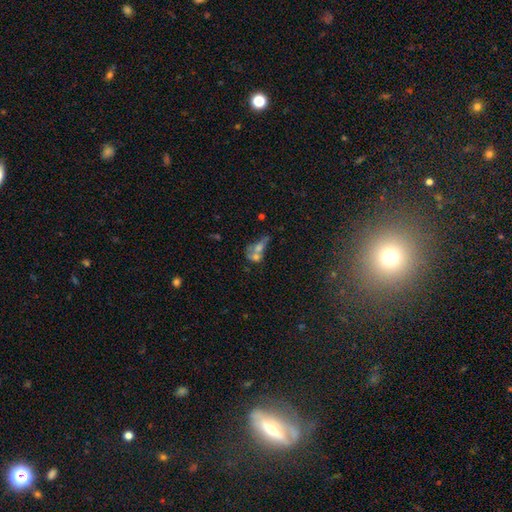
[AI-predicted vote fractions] smooth-or-featured: smooth: 48% | featured or disk: 36% | star or artifact: 16%
  merging: merger: 61% | none: 17% | major disturbance: 13% | minor disturbance: 8%